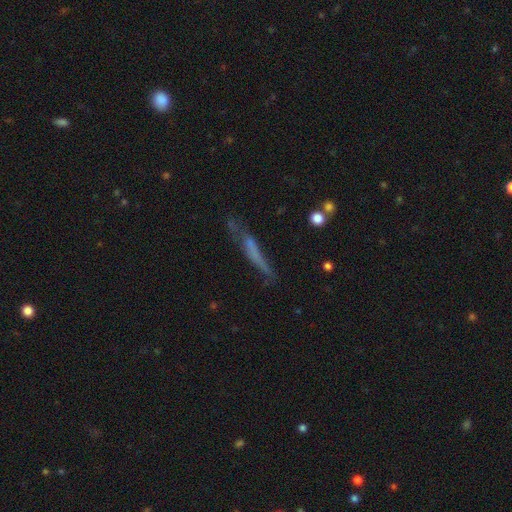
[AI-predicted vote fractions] This appears to be a smooth galaxy with no disk features (47%). Merging: none (51%).